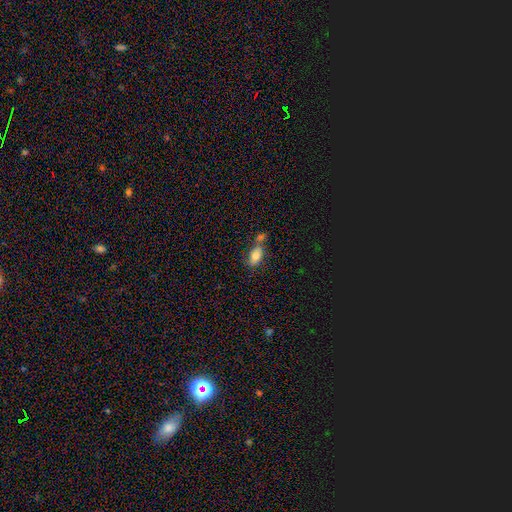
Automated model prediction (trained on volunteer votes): This is likely a smooth galaxy (76%). How rounded: clearly in between (88%). Merging: marginally none (41%).